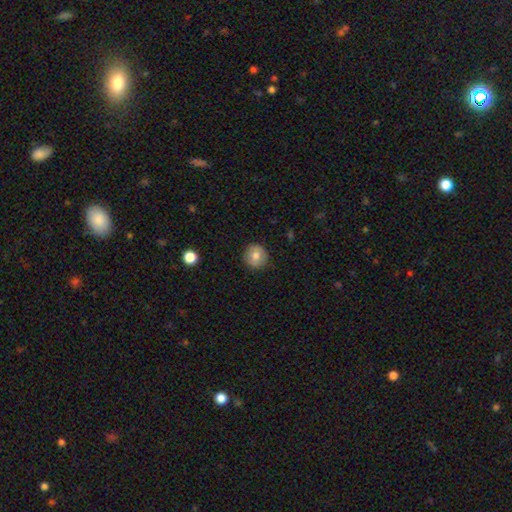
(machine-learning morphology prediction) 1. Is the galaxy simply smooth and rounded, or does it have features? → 78% smooth, 13% featured or disk, 9% star or artifact.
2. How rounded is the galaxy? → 92% round, 7% in between, 1% cigar-shaped.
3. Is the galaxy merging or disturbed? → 87% none, 9% minor disturbance, 2% major disturbance, 1% merger.